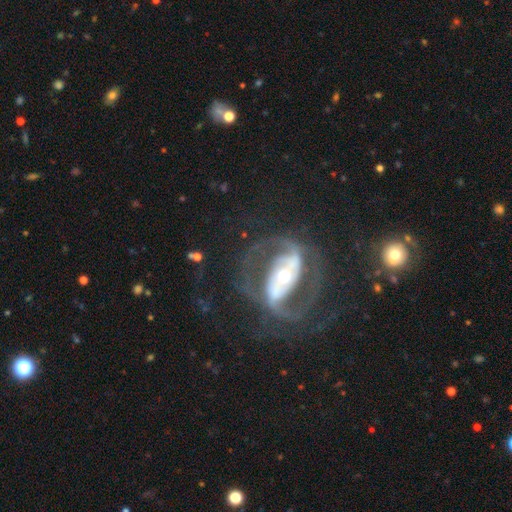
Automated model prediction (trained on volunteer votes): Smooth or featured? featured or disk (88%)
Edge-on disk? no (95%)
Bar? strong (55%)
Spiral arms? yes (91%)
Spiral winding? medium (53%)
Spiral arm count? 2 (89%)
Bulge size? moderate (52%)
Merging? none (65%)